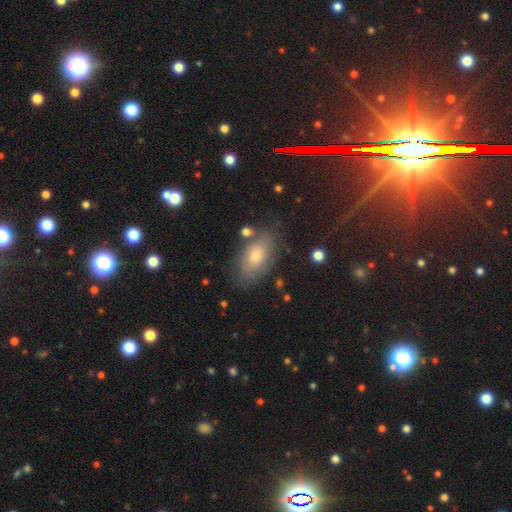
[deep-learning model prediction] Smooth or featured?
  - smooth: 58% *
  - featured or disk: 29%
  - star or artifact: 13%
How rounded?
  - in between: 90% *
  - round: 7%
  - cigar-shaped: 3%
Merging?
  - none: 72% *
  - minor disturbance: 18%
  - major disturbance: 6%
  - merger: 4%